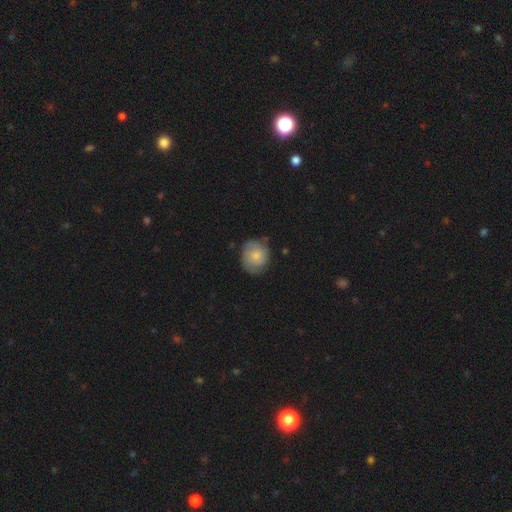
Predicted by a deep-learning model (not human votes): smooth_or_featured: smooth (p=0.53) [alt: featured or disk p=0.41]
how_rounded: round (p=0.80) [alt: in between p=0.19]
merging: none (p=0.71) [alt: minor disturbance p=0.22]